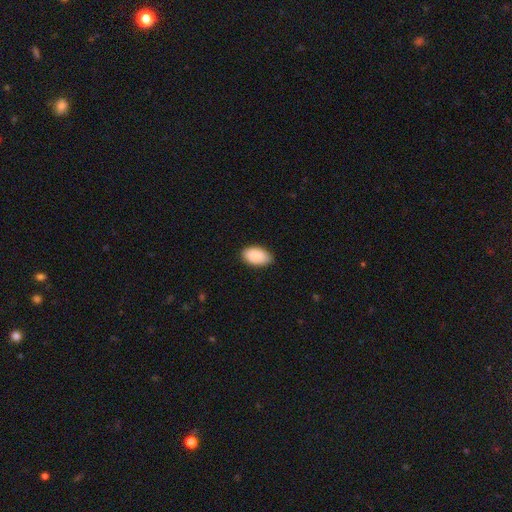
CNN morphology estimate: Q: Smooth or featured?
A: smooth (85%); runner-up: featured or disk (9%)
Q: How rounded?
A: in between (94%); runner-up: round (5%)
Q: Merging?
A: none (79%); runner-up: minor disturbance (17%)